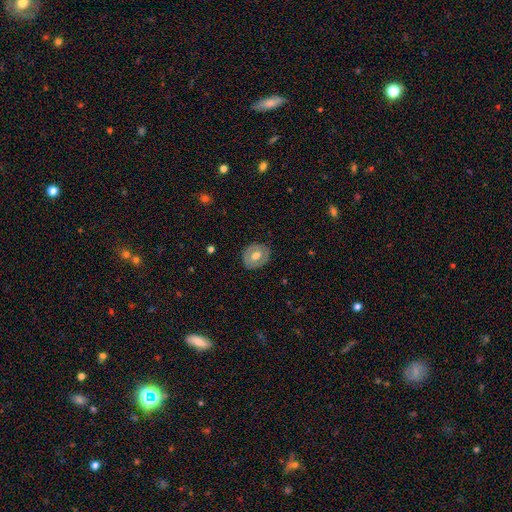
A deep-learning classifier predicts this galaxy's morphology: Smooth or featured? Predicted: smooth (p=0.50). Merging? Predicted: none (p=0.84).